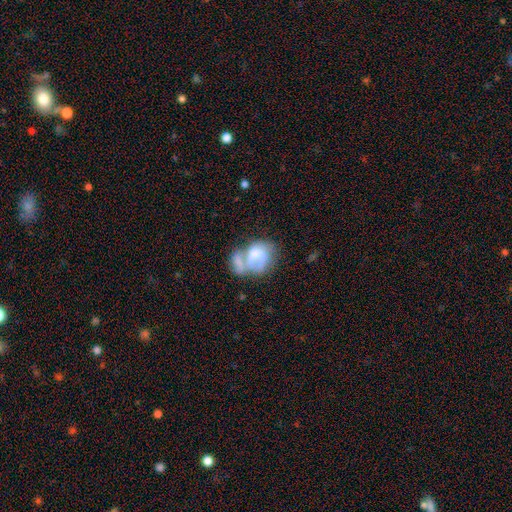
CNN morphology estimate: smooth_or_featured: smooth (p=0.47) [alt: featured or disk p=0.44]
merging: merger (p=0.49) [alt: major disturbance p=0.23]